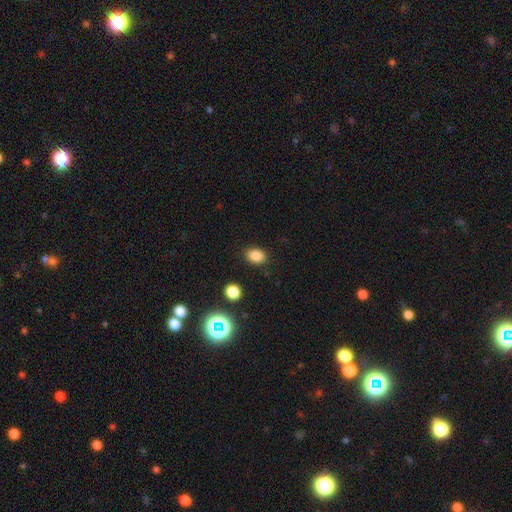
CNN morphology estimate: Smooth or featured? smooth (84%)
How rounded? in between (75%)
Merging? none (87%)